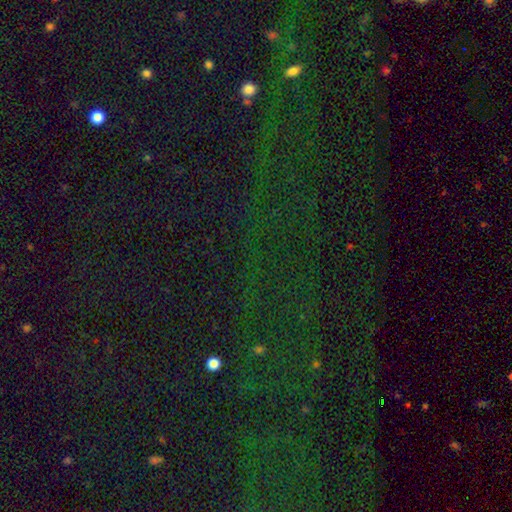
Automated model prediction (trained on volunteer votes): Morphology: type=star or artifact (78%).